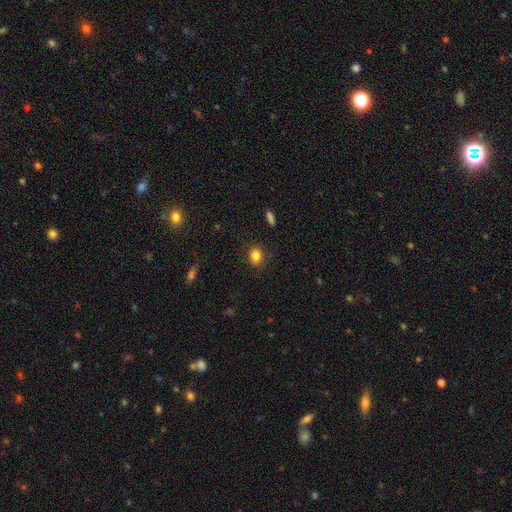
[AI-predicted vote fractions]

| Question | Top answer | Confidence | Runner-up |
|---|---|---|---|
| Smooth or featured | smooth | 83% | star or artifact (10%) |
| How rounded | in between | 54% | round (44%) |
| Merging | none | 84% | minor disturbance (12%) |